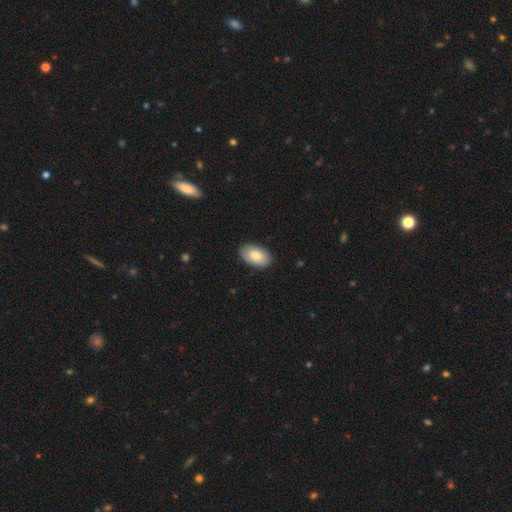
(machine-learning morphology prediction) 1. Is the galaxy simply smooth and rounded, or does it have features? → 82% smooth, 12% featured or disk, 6% star or artifact.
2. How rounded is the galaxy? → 94% in between, 5% round, 1% cigar-shaped.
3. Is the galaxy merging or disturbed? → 87% none, 10% minor disturbance, 2% major disturbance, 1% merger.